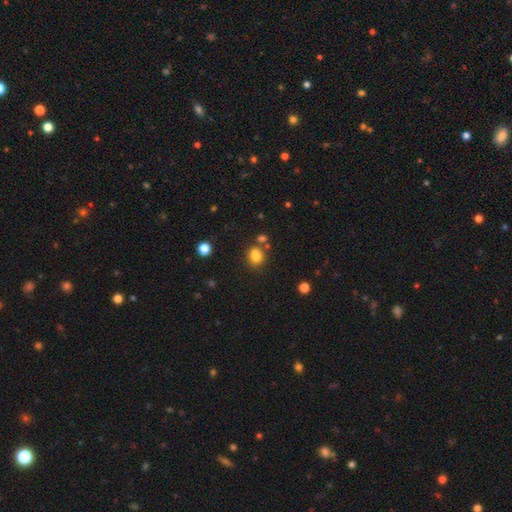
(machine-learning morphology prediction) Smooth or featured? smooth (81%)
How rounded? round (57%)
Merging? none (63%)